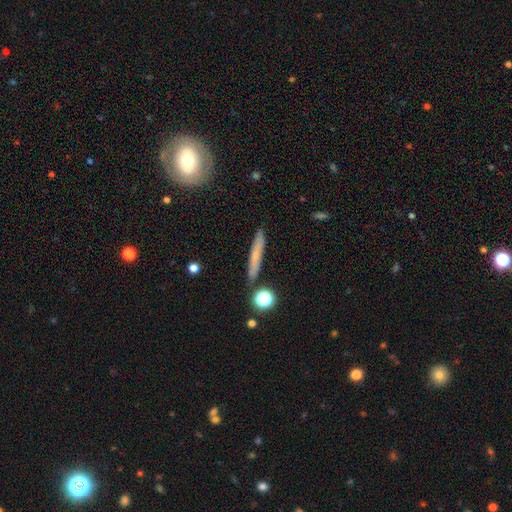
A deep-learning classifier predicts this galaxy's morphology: A smooth galaxy with no disk features (60%) that is cigar-shaped (91%).

Vote fractions:
- Smooth or featured? smooth: 60% / featured or disk: 31% / star or artifact: 9%
- How rounded? cigar-shaped: 91% / in between: 5% / round: 3%
- Merging? none: 85% / minor disturbance: 10% / merger: 3% / major disturbance: 2%